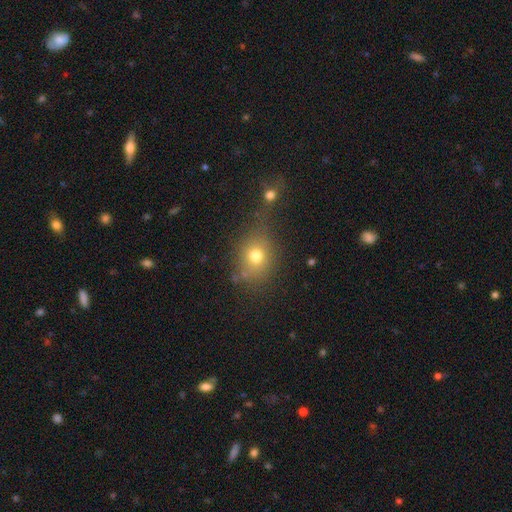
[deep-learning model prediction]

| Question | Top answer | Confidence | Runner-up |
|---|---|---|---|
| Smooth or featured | smooth | 72% | star or artifact (16%) |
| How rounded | round | 61% | in between (37%) |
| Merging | none | 55% | merger (21%) |